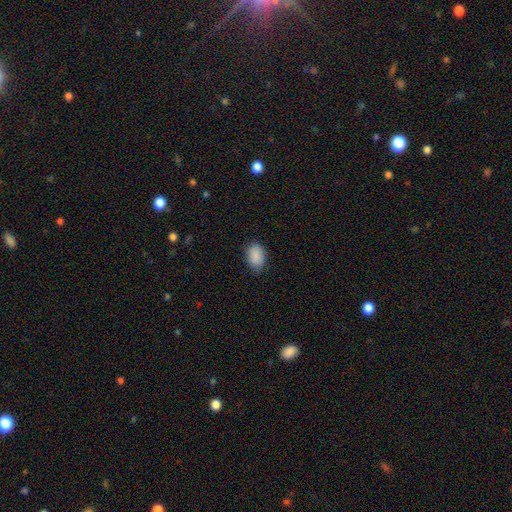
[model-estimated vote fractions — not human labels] This appears to be a smooth galaxy with no disk features (90%) that is in between round and cigar-shaped (87%). Merging: none (83%).